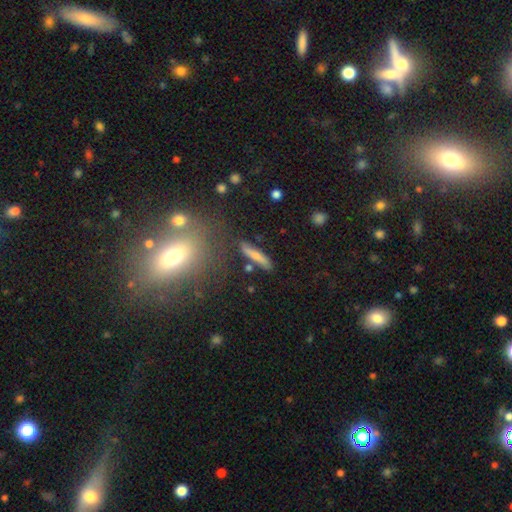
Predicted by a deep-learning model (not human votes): smooth_or_featured: smooth (p=0.67) [alt: featured or disk p=0.25]
how_rounded: cigar-shaped (p=0.84) [alt: in between p=0.13]
merging: none (p=0.76) [alt: minor disturbance p=0.14]